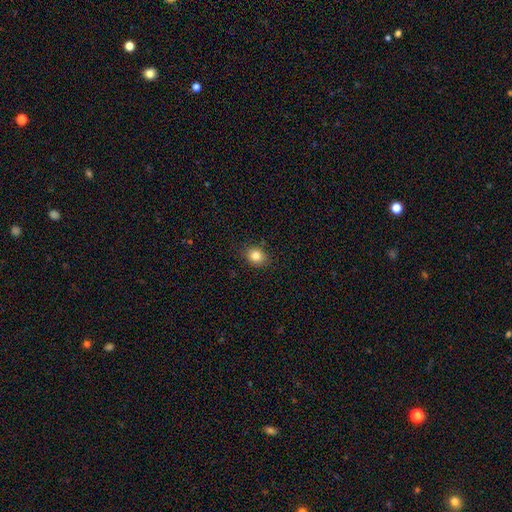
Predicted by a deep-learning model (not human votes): smooth-or-featured: smooth: 83% | star or artifact: 11% | featured or disk: 6%
  how-rounded: round: 58% | in between: 41% | cigar-shaped: 1%
  merging: none: 86% | minor disturbance: 10% | major disturbance: 2% | merger: 1%